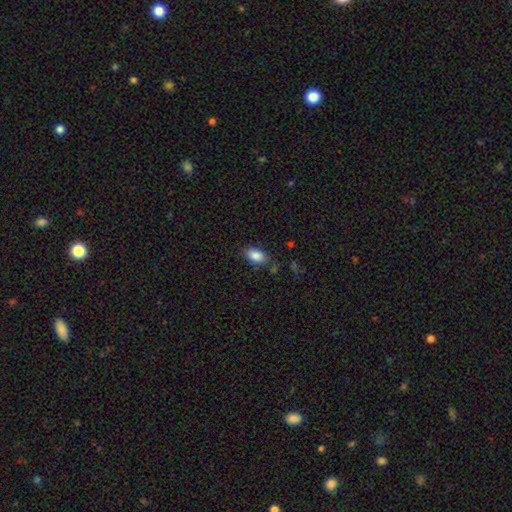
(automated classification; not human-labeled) Smooth or featured: smooth — 86% (star or artifact — 8%)
How rounded: in between — 91% (round — 6%)
Merging: none — 78% (minor disturbance — 15%)